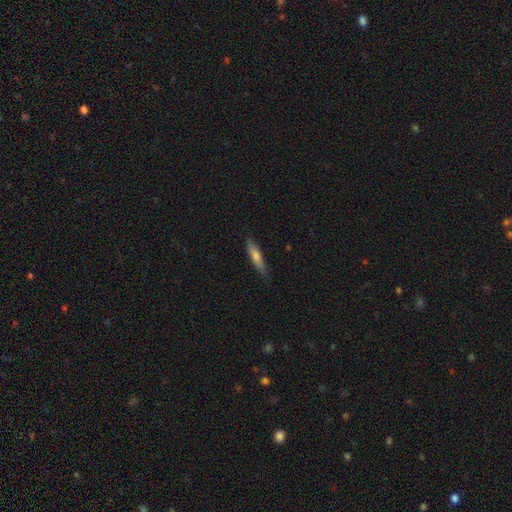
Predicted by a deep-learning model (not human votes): A smooth galaxy with no disk features (60%) that is cigar-shaped (87%). Merging: none (82%).